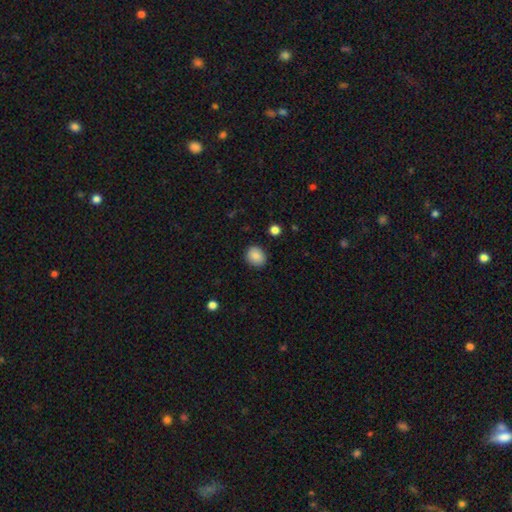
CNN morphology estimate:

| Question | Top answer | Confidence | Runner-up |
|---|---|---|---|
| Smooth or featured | smooth | 86% | star or artifact (8%) |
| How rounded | round | 66% | in between (33%) |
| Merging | none | 87% | minor disturbance (9%) |